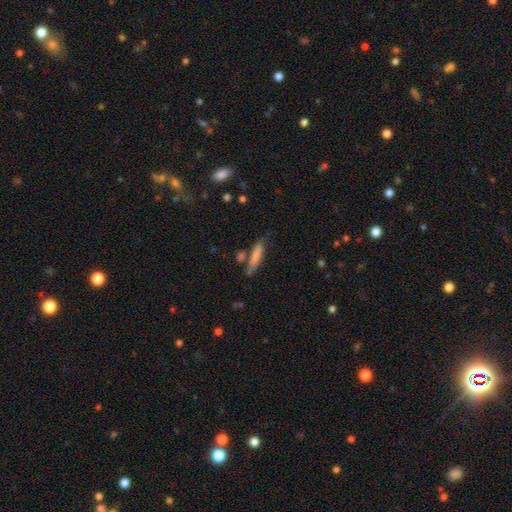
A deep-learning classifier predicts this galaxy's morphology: A smooth galaxy with no disk features (73%) that is cigar-shaped (82%).

Vote fractions:
- Smooth or featured? smooth: 73% / featured or disk: 20% / star or artifact: 7%
- How rounded? cigar-shaped: 82% / in between: 16% / round: 2%
- Merging? none: 61% / minor disturbance: 20% / merger: 13% / major disturbance: 6%